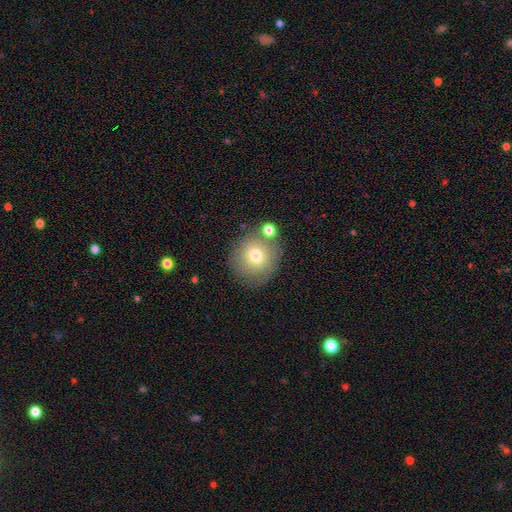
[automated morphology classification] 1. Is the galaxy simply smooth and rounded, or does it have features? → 74% smooth, 16% featured or disk, 10% star or artifact.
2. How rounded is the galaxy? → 89% round, 10% in between, 1% cigar-shaped.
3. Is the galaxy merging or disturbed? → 70% none, 13% minor disturbance, 13% merger, 5% major disturbance.